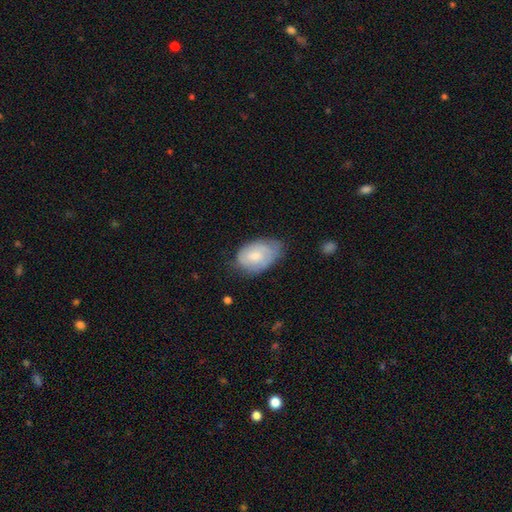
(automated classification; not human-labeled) This appears to be a smooth galaxy with no disk features (60%) that is in between round and cigar-shaped (88%). Merging: none (53%).